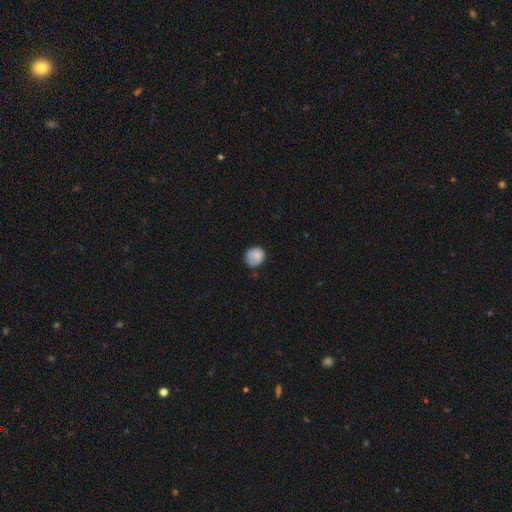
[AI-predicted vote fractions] This is clearly a smooth galaxy (81%). How rounded: likely round (77%). Merging: likely none (63%).